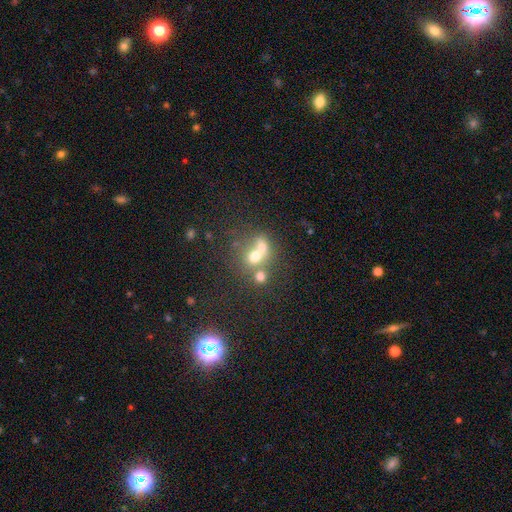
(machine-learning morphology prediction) Smooth or featured? smooth (60%)
How rounded? round (69%)
Merging? merger (57%)